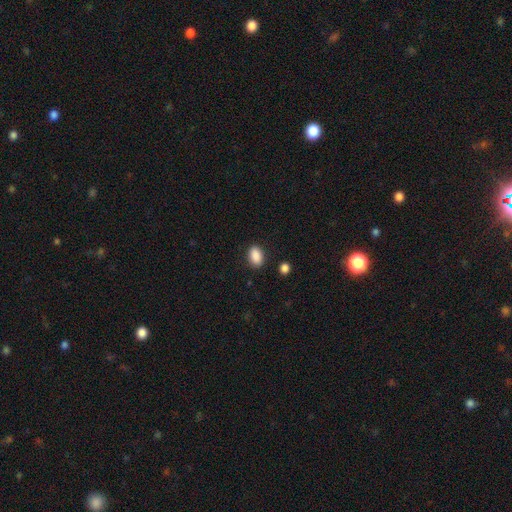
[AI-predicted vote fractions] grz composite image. It shows a smooth galaxy with no disk features (89%) that is in between round and cigar-shaped (89%). Merging: none (86%).